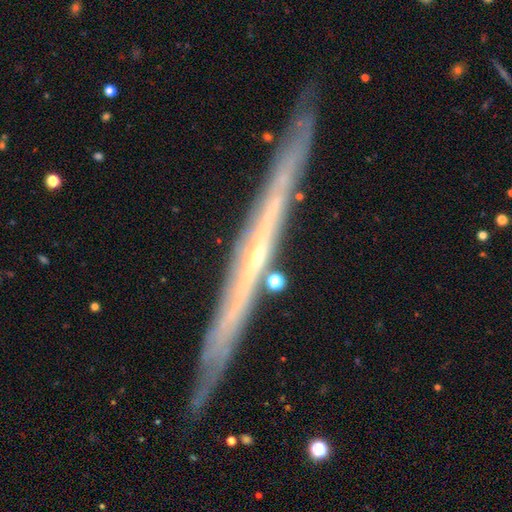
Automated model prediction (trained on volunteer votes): Smooth or featured? Predicted: featured or disk (p=0.78). Edge-on disk? Predicted: yes (p=0.95). Edge-on bulge? Predicted: none (p=0.71). Merging? Predicted: none (p=0.87).